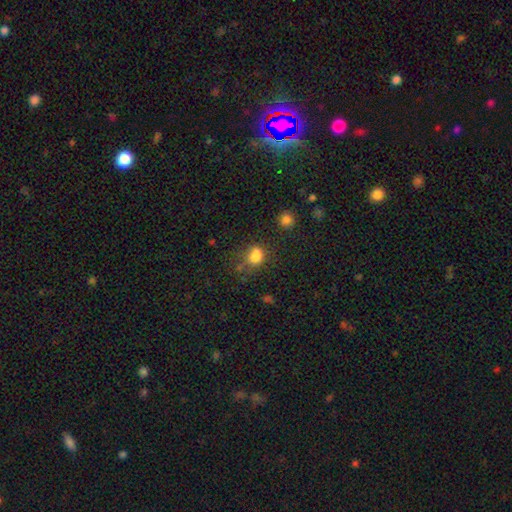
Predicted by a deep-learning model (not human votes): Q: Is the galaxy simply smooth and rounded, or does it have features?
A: smooth — 77%.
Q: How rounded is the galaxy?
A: in between — 67%.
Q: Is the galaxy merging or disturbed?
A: none — 46%.